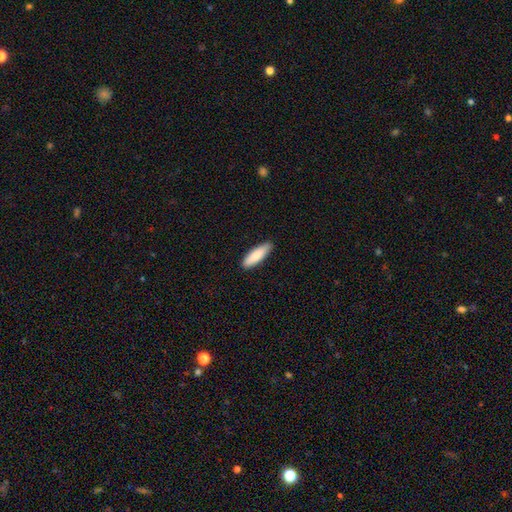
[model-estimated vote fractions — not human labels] smooth_or_featured: smooth (p=0.85) [alt: featured or disk p=0.10]
how_rounded: cigar-shaped (p=0.54) [alt: in between p=0.45]
merging: none (p=0.88) [alt: minor disturbance p=0.10]